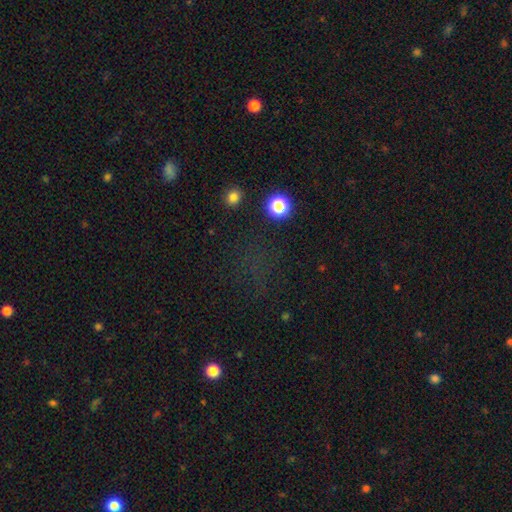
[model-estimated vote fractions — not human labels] Smooth or featured? Predicted: star or artifact (p=0.55).